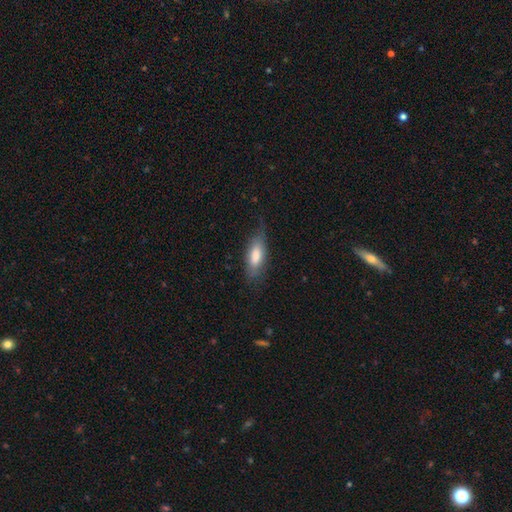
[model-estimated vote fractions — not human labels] Q: Smooth or featured?
A: smooth (73%); runner-up: featured or disk (21%)
Q: How rounded?
A: in between (65%); runner-up: cigar-shaped (33%)
Q: Merging?
A: none (66%); runner-up: minor disturbance (25%)